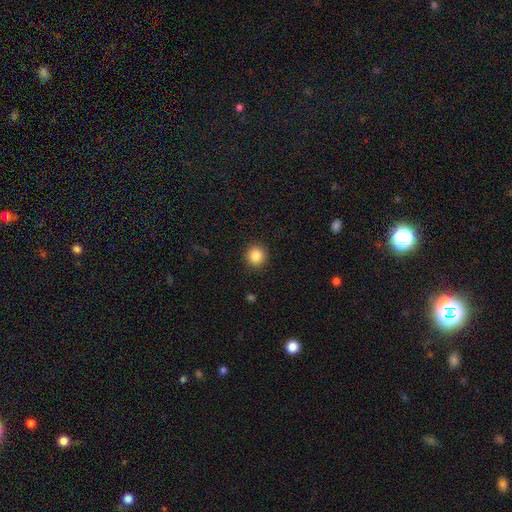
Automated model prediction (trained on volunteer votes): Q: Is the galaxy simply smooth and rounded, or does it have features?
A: smooth — 86%.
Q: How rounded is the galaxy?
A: round — 92%.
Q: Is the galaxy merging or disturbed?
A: none — 91%.